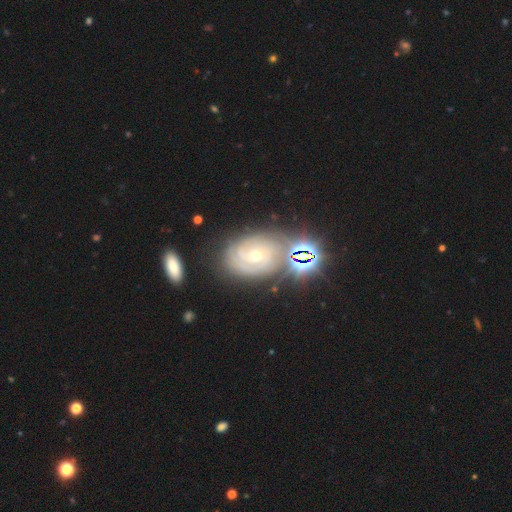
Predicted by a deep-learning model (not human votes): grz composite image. It shows a featured or disk galaxy (77%) with no bar (68%), tight (76%) spiral arms (95%) and a small central bulge (57%). Merging: none (70%).